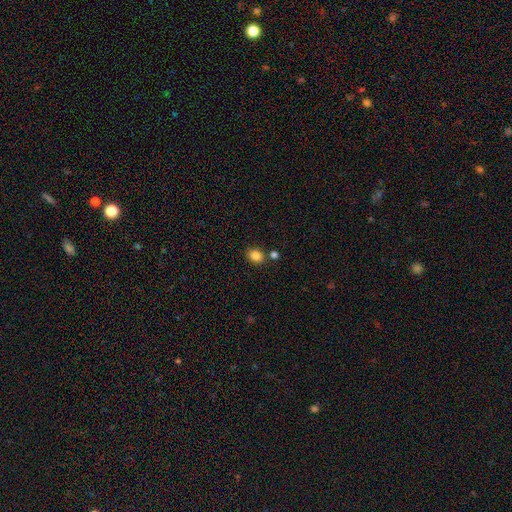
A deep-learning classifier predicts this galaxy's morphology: This appears to be a smooth galaxy with no disk features (85%) that is in between round and cigar-shaped (51%). Merging: none (77%).